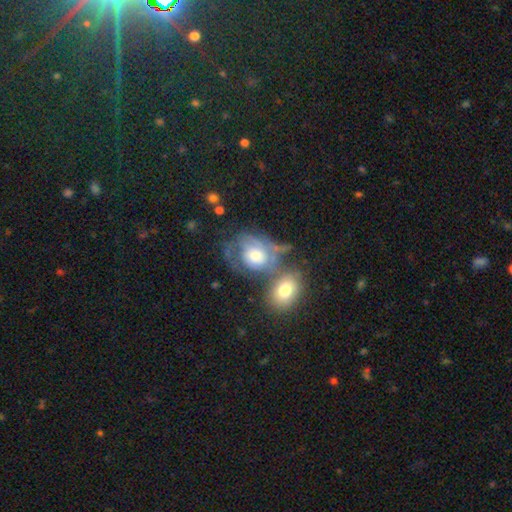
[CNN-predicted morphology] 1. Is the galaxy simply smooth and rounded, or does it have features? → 52% featured or disk, 40% smooth, 8% star or artifact.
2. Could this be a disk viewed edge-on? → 96% no, 4% yes.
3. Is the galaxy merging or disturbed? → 39% merger, 25% none, 20% major disturbance, 16% minor disturbance.